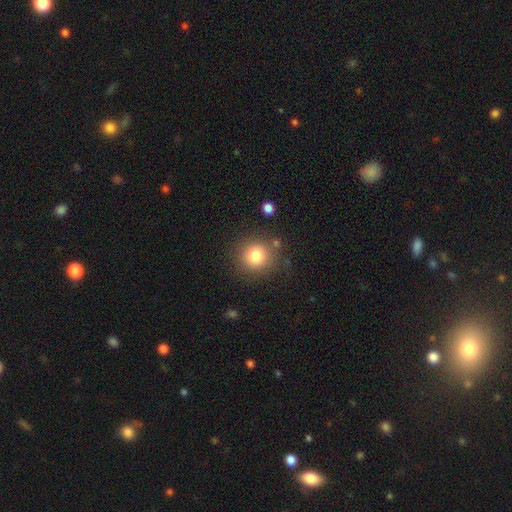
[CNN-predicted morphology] Smooth or featured? Predicted: smooth (p=0.80). How rounded? Predicted: round (p=0.91). Merging? Predicted: none (p=0.82).